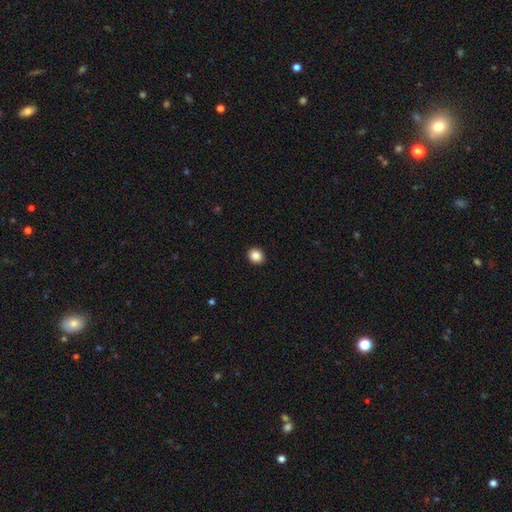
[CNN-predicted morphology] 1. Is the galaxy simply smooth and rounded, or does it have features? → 87% smooth, 10% star or artifact, 3% featured or disk.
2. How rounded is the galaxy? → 79% round, 20% in between, 1% cigar-shaped.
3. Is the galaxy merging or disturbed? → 93% none, 5% minor disturbance, 2% major disturbance, 1% merger.